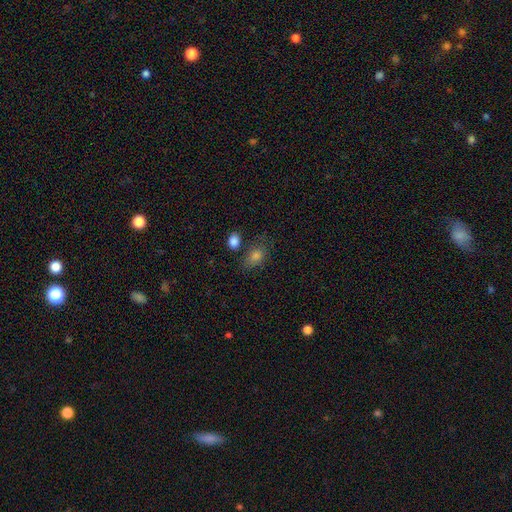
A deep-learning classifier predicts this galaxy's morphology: Smooth or featured?
  - smooth: 76% *
  - star or artifact: 14%
  - featured or disk: 10%
How rounded?
  - in between: 77% *
  - round: 21%
  - cigar-shaped: 2%
Merging?
  - none: 68% *
  - minor disturbance: 17%
  - merger: 9%
  - major disturbance: 6%